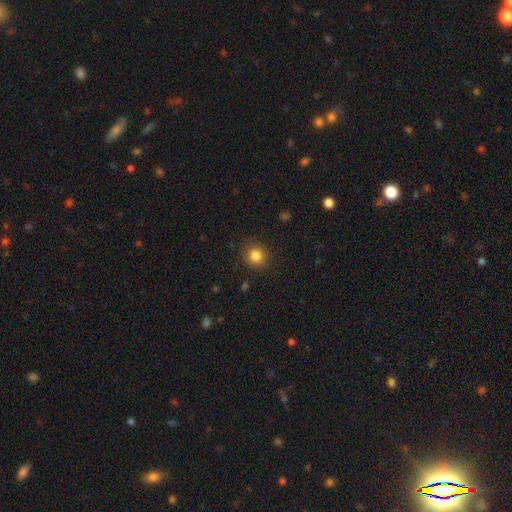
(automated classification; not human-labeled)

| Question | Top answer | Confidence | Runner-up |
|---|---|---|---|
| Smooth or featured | smooth | 84% | star or artifact (11%) |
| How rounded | round | 87% | in between (12%) |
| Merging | none | 88% | minor disturbance (8%) |